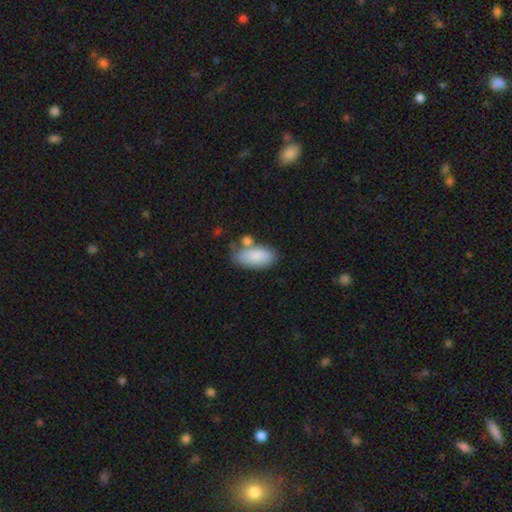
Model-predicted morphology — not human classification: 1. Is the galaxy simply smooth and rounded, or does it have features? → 83% smooth, 10% featured or disk, 6% star or artifact.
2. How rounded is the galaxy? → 92% in between, 5% cigar-shaped, 3% round.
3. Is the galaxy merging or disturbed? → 52% none, 23% merger, 19% minor disturbance, 6% major disturbance.